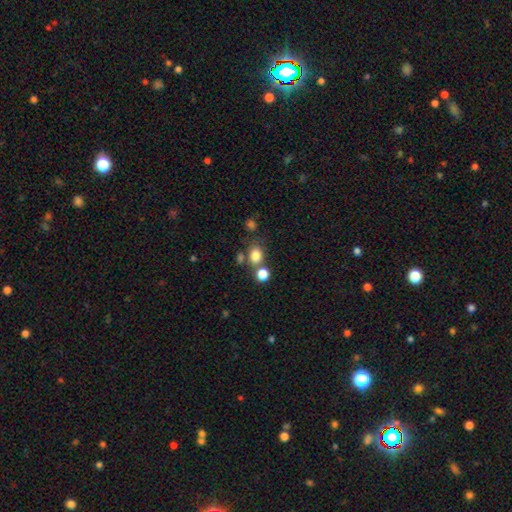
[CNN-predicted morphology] smooth-or-featured: smooth: 80% | star or artifact: 13% | featured or disk: 7%
  how-rounded: round: 53% | in between: 46% | cigar-shaped: 1%
  merging: none: 61% | merger: 22% | minor disturbance: 12% | major disturbance: 5%